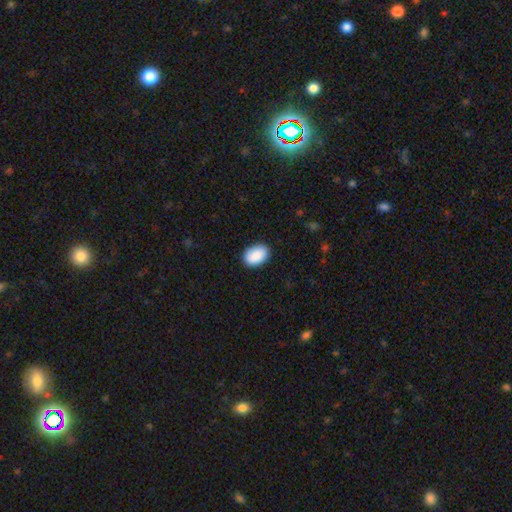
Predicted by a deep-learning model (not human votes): Smooth or featured: smooth — 91% (star or artifact — 6%)
How rounded: in between — 87% (round — 12%)
Merging: none — 88% (minor disturbance — 9%)